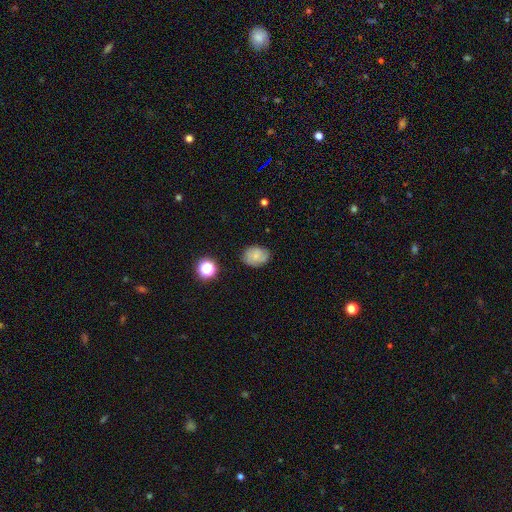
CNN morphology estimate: A smooth galaxy with no disk features (49%).

Vote fractions:
- Smooth or featured? smooth: 49% / featured or disk: 40% / star or artifact: 12%
- Merging? none: 74% / minor disturbance: 19% / major disturbance: 5% / merger: 2%